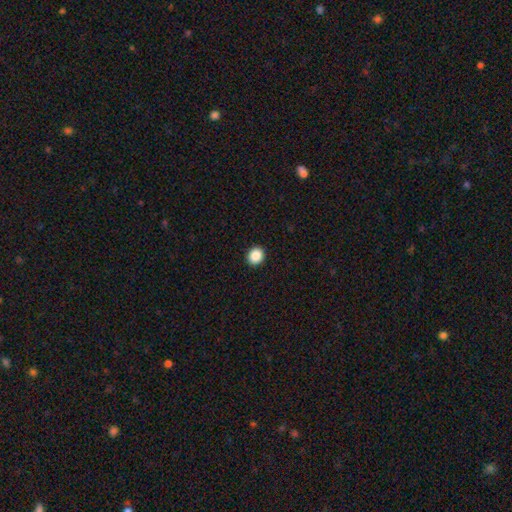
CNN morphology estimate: This is clearly a smooth galaxy (88%). How rounded: likely round (72%). Merging: clearly none (93%).